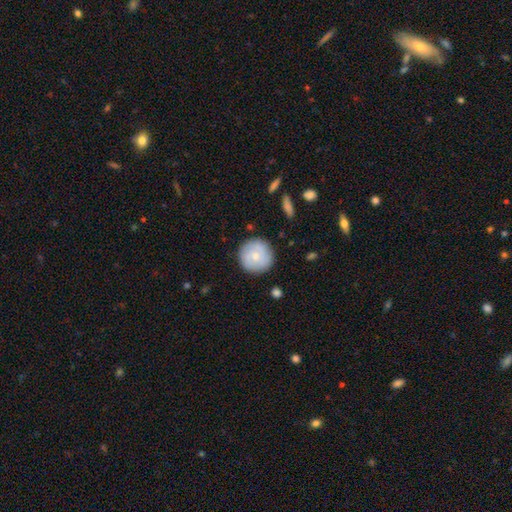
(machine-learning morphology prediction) smooth_or_featured: smooth (p=0.61) [alt: featured or disk p=0.33]
how_rounded: round (p=0.95) [alt: in between p=0.04]
merging: none (p=0.86) [alt: minor disturbance p=0.10]